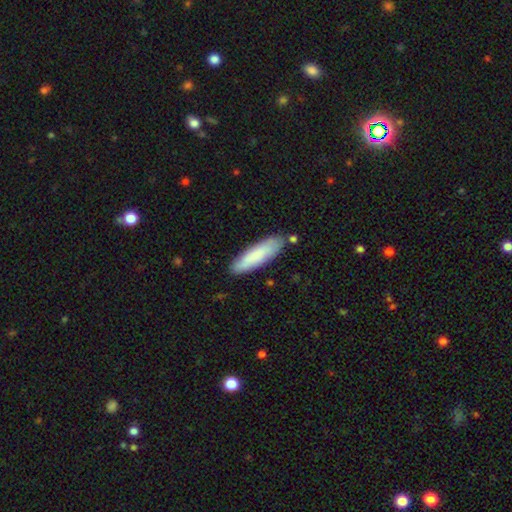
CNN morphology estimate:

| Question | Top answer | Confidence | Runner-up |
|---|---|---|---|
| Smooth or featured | smooth | 82% | featured or disk (13%) |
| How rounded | cigar-shaped | 68% | in between (31%) |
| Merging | none | 83% | minor disturbance (12%) |